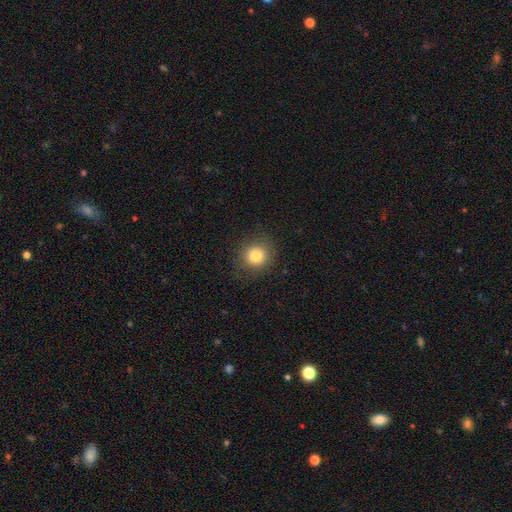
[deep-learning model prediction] Overall: smooth (82%). How rounded: round (88%). Merging: none (88%).